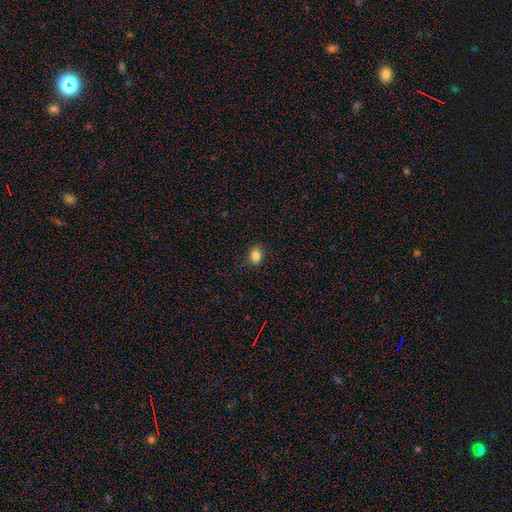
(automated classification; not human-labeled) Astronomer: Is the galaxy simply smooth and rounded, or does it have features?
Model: smooth — 84%.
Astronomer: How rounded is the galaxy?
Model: in between — 56% (runner-up: round, 43%).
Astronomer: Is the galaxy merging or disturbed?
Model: none — 87%.